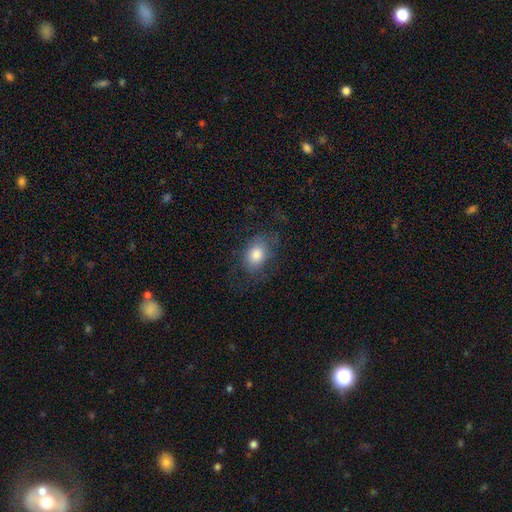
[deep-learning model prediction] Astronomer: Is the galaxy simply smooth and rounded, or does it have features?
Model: smooth — 76%.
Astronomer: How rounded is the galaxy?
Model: in between — 77%.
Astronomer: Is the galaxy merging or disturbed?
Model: none — 60%.